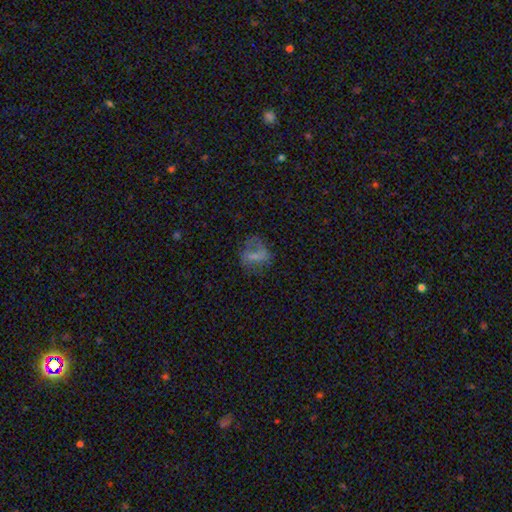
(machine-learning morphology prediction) A smooth galaxy with no disk features (52%) that is in between round and cigar-shaped (49%, tied with round). Merging: none (46%).